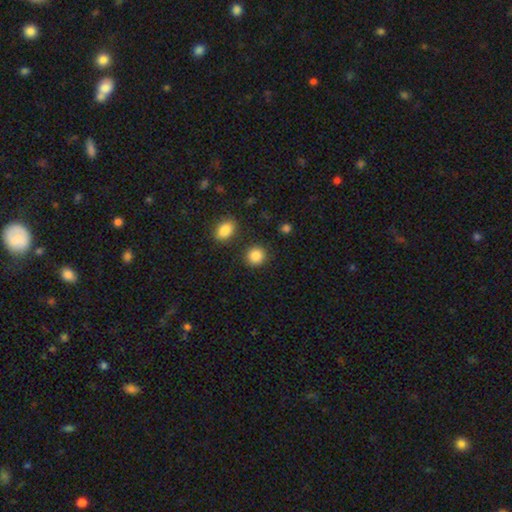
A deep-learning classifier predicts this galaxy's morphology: Smooth or featured: smooth — 88% (star or artifact — 8%)
How rounded: round — 85% (in between — 14%)
Merging: none — 88% (minor disturbance — 7%)